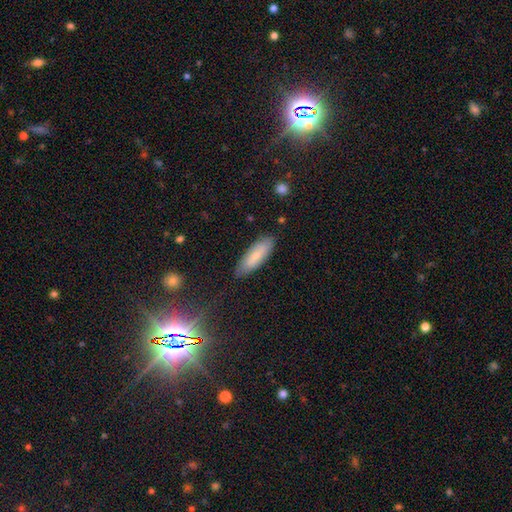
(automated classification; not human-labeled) Smooth or featured? Predicted: smooth (p=0.72). How rounded? Predicted: in between (p=0.55). Merging? Predicted: none (p=0.84).